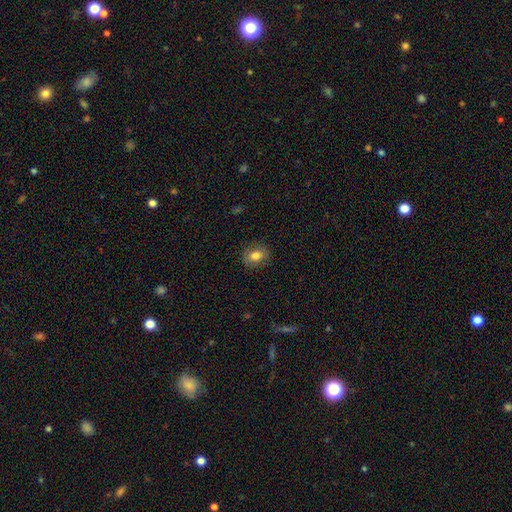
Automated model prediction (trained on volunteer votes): This appears to be a smooth galaxy with no disk features (79%) that is in between round and cigar-shaped (52%). Merging: none (85%).